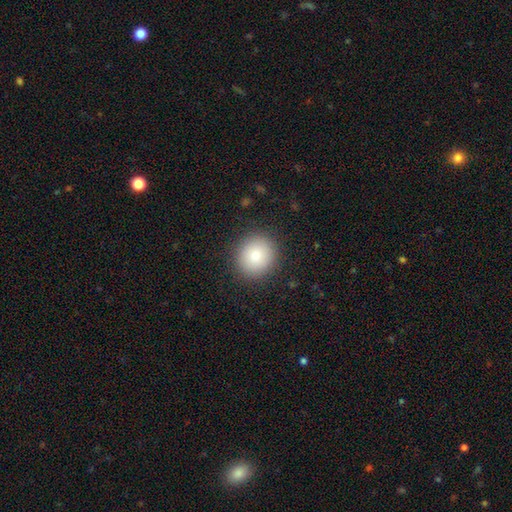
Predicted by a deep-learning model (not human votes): A smooth galaxy with no disk features (79%) that is round (86%). Merging: none (89%).